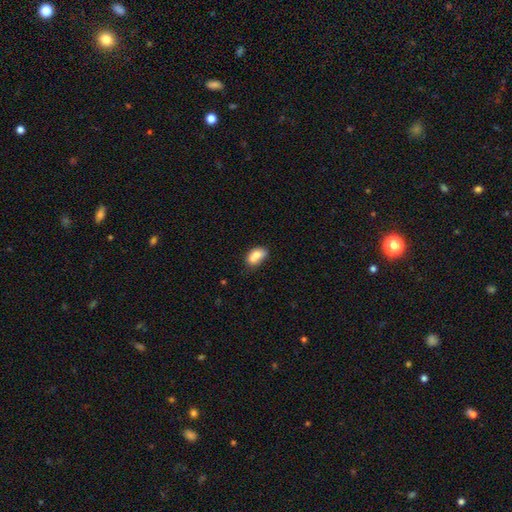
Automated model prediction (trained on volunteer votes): This is likely a smooth galaxy (74%). How rounded: clearly in between (83%). Merging: marginally merger (38%).